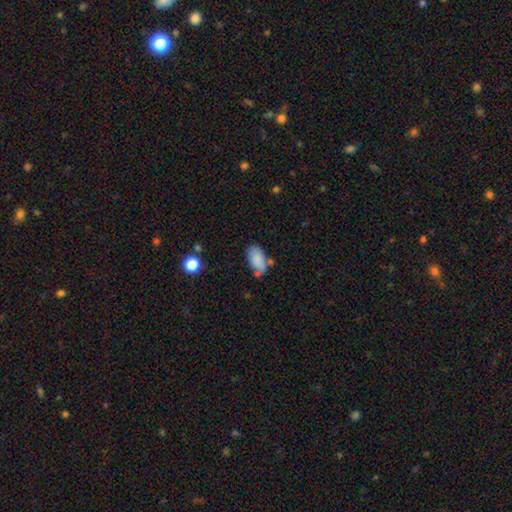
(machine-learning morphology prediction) A smooth galaxy with no disk features (80%) that is in between round and cigar-shaped (92%).

Vote fractions:
- Smooth or featured? smooth: 80% / featured or disk: 11% / star or artifact: 9%
- How rounded? in between: 92% / round: 4% / cigar-shaped: 4%
- Merging? none: 63% / minor disturbance: 22% / merger: 9% / major disturbance: 6%